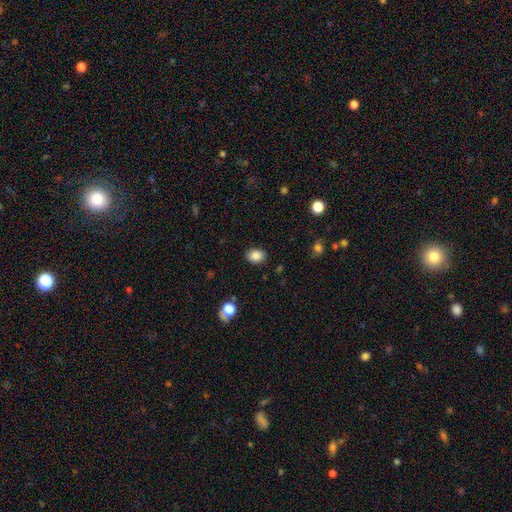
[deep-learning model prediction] This appears to be a smooth galaxy with no disk features (87%) that is in between round and cigar-shaped (65%). Merging: none (86%).